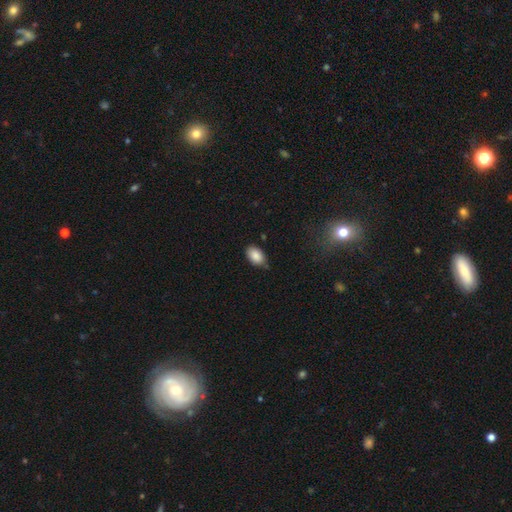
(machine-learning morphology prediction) Overall: smooth (88%). How rounded: in between (91%). Merging: none (75%).